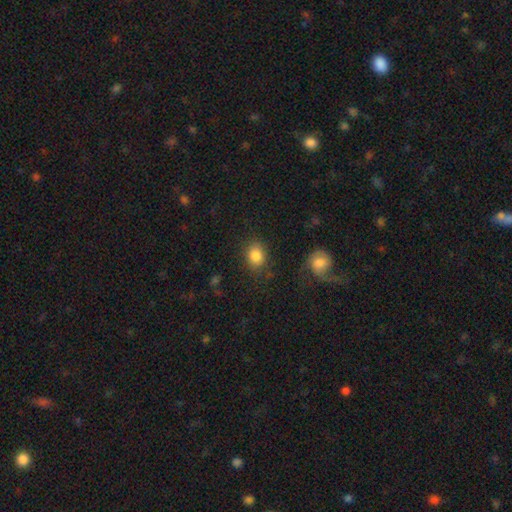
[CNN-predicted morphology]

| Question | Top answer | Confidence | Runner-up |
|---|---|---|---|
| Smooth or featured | smooth | 85% | star or artifact (9%) |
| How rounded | round | 51% | in between (48%) |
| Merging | none | 79% | minor disturbance (13%) |